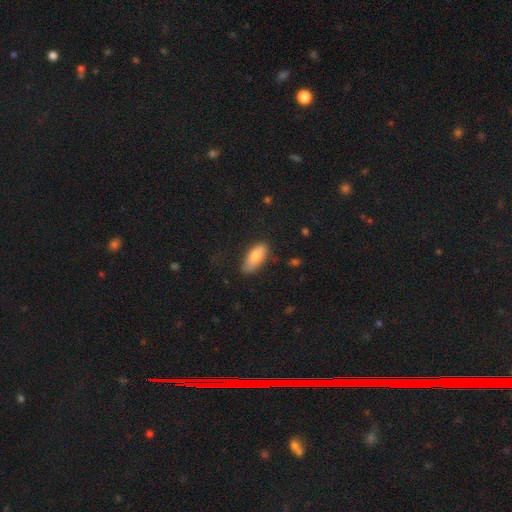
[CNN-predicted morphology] Smooth or featured? smooth (75%)
How rounded? in between (82%)
Merging? none (75%)